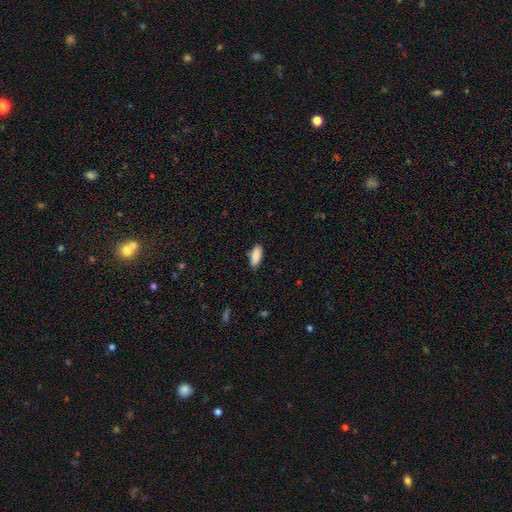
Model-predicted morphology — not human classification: A smooth galaxy with no disk features (89%) that is in between round and cigar-shaped (81%).

Vote fractions:
- Smooth or featured? smooth: 89% / star or artifact: 6% / featured or disk: 5%
- How rounded? in between: 81% / cigar-shaped: 17% / round: 2%
- Merging? none: 80% / minor disturbance: 16% / major disturbance: 3% / merger: 1%